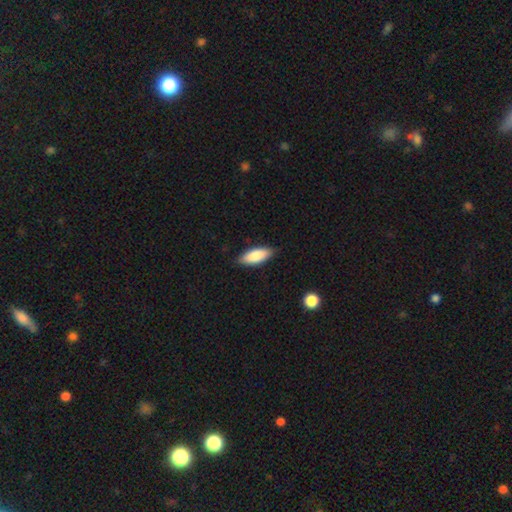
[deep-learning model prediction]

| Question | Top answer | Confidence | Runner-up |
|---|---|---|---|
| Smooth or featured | smooth | 85% | featured or disk (10%) |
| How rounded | in between | 76% | cigar-shaped (22%) |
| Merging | none | 85% | minor disturbance (12%) |